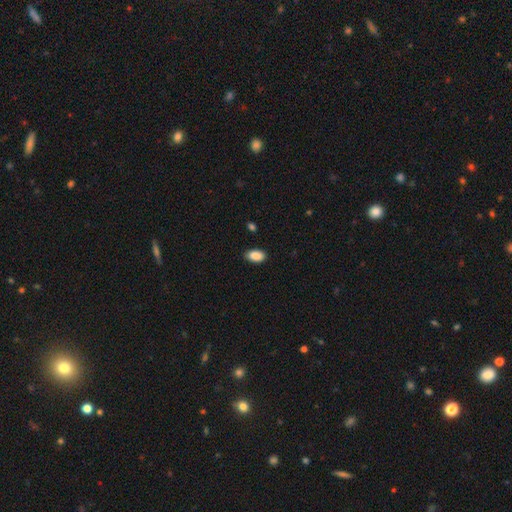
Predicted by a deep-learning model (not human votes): A smooth galaxy with no disk features (90%) that is in between round and cigar-shaped (93%).

Vote fractions:
- Smooth or featured? smooth: 90% / star or artifact: 7% / featured or disk: 3%
- How rounded? in between: 93% / round: 6% / cigar-shaped: 2%
- Merging? none: 85% / minor disturbance: 11% / major disturbance: 2% / merger: 1%